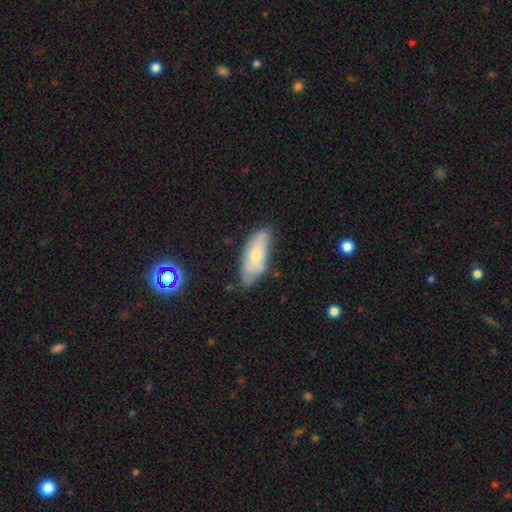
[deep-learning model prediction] This appears to be a smooth galaxy with no disk features (60%) that is in between round and cigar-shaped (76%). Merging: none (65%).